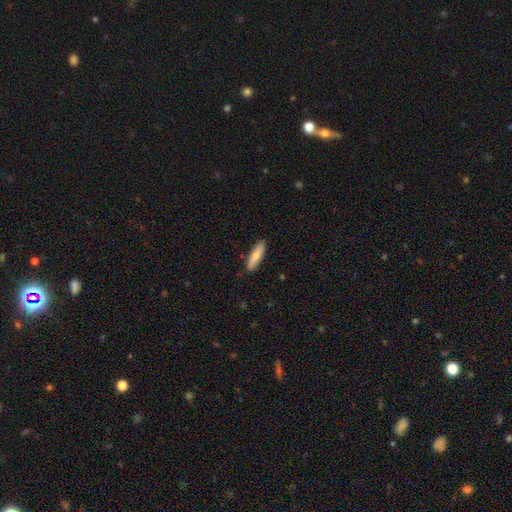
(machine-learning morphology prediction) Smooth or featured? smooth (77%)
How rounded? cigar-shaped (66%)
Merging? none (87%)